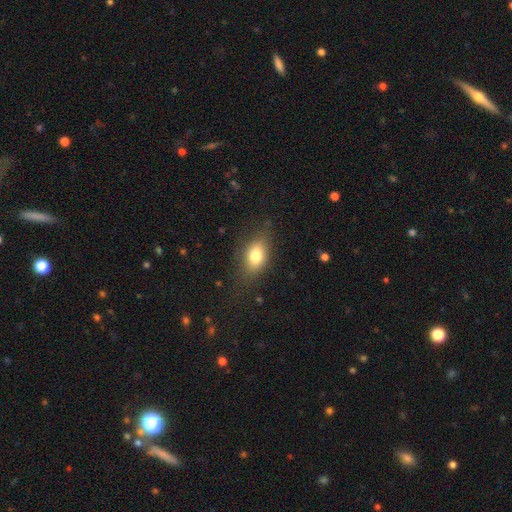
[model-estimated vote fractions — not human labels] Morphology: type=smooth (78%); roundness=in between (81%); merging=none (75%).